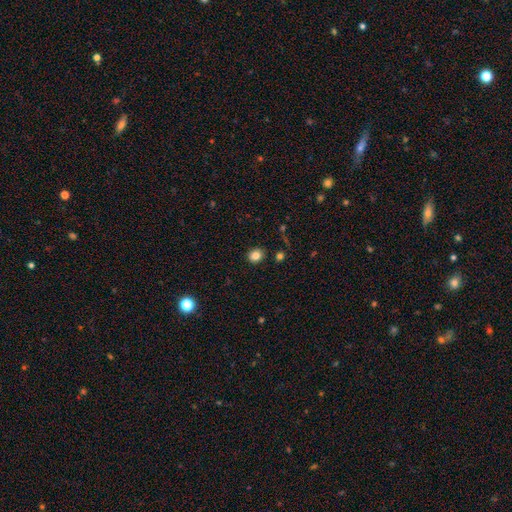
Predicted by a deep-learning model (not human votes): smooth 83%, star or artifact 12%, featured or disk 6%. Down the decision tree: how rounded — round (77%); merging — none (89%).